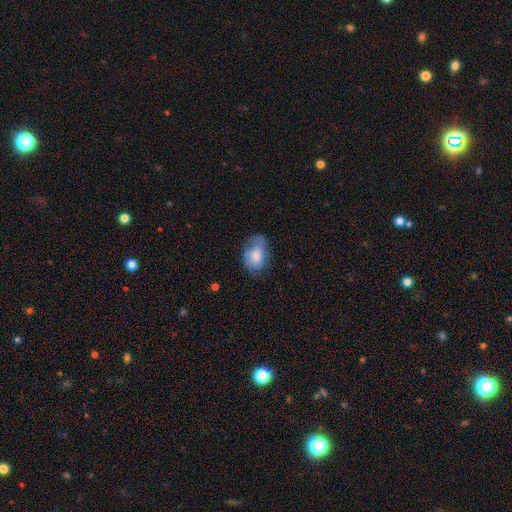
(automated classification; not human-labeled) A smooth galaxy with no disk features (67%) that is in between round and cigar-shaped (84%). Merging: none (55%).